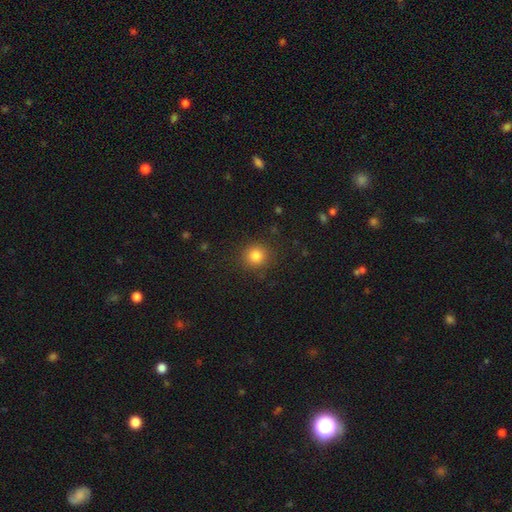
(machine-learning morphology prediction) A smooth galaxy with no disk features (83%) that is round (91%).

Vote fractions:
- Smooth or featured? smooth: 83% / star or artifact: 12% / featured or disk: 5%
- How rounded? round: 91% / in between: 8% / cigar-shaped: 1%
- Merging? none: 88% / minor disturbance: 8% / major disturbance: 3% / merger: 1%